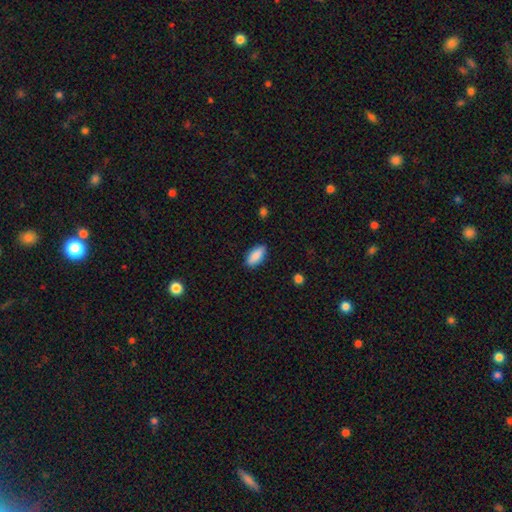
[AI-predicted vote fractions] smooth 88%, star or artifact 6%, featured or disk 5%. Down the decision tree: how rounded — in between (87%); merging — none (86%).